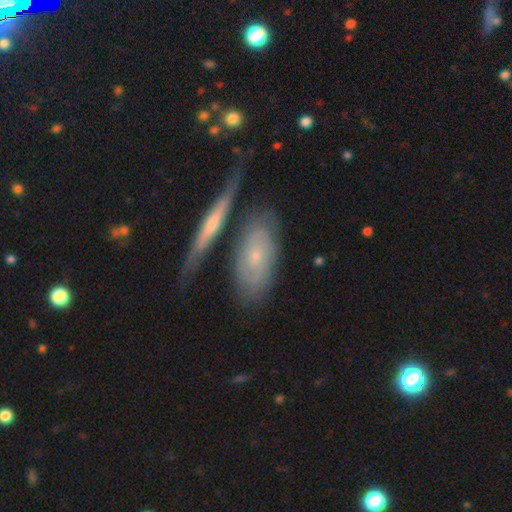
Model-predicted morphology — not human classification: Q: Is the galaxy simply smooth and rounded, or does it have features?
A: featured or disk — 60%.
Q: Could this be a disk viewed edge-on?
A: no — 79%.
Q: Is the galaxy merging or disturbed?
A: none — 65%.